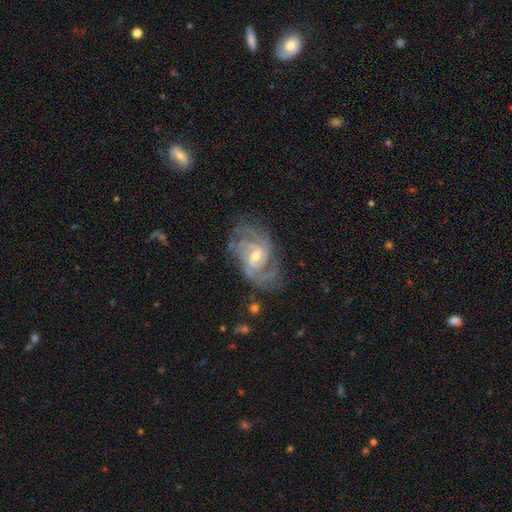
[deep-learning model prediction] Q: Smooth or featured?
A: featured or disk (89%); runner-up: star or artifact (6%)
Q: Edge-on disk?
A: no (97%); runner-up: yes (3%)
Q: Bar?
A: weak (45%); runner-up: no (41%)
Q: Spiral arms?
A: yes (97%); runner-up: no (3%)
Q: Spiral winding?
A: tight (51%); runner-up: medium (40%)
Q: Spiral arm count?
A: 3 (28%); runner-up: 2 (26%)
Q: Bulge size?
A: moderate (49%); runner-up: small (48%)
Q: Merging?
A: none (72%); runner-up: minor disturbance (18%)